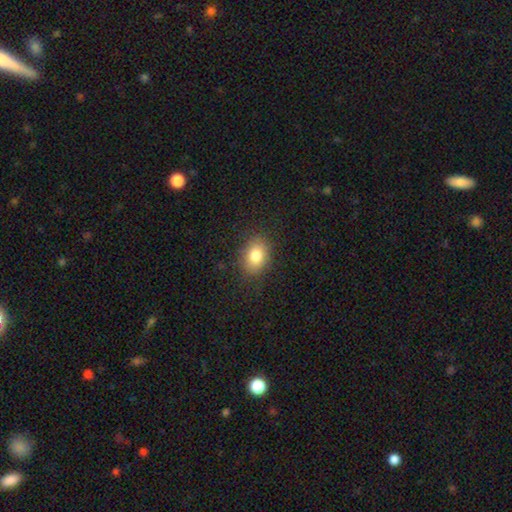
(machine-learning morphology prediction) This is clearly a smooth galaxy (81%). How rounded: likely in between (66%). Merging: clearly none (85%).